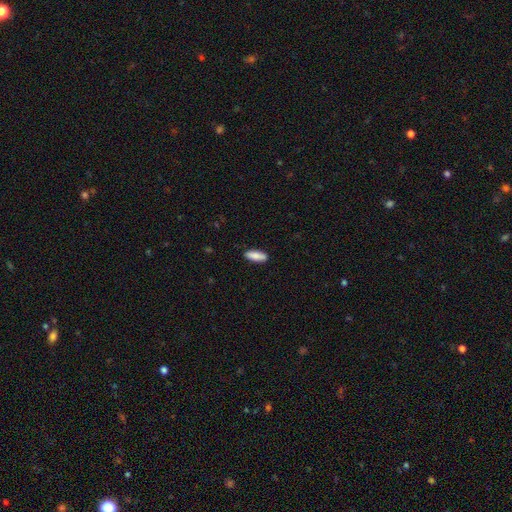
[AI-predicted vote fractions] The model was most divided on "how rounded": in between: 62%, cigar-shaped: 36%, round: 2%. More confident: merging — none (88%); smooth or featured — smooth (87%).